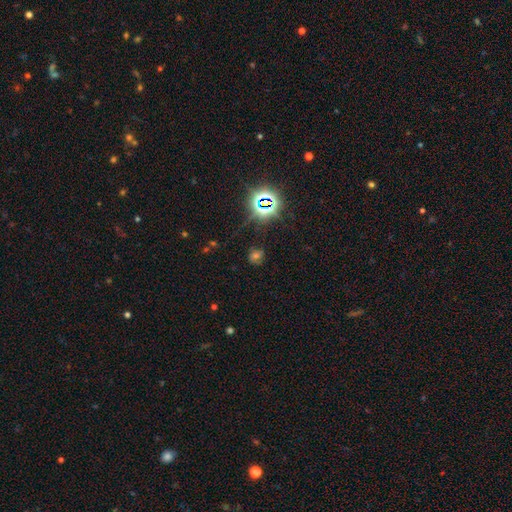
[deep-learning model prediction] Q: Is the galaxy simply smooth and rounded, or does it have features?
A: star or artifact — 54%.